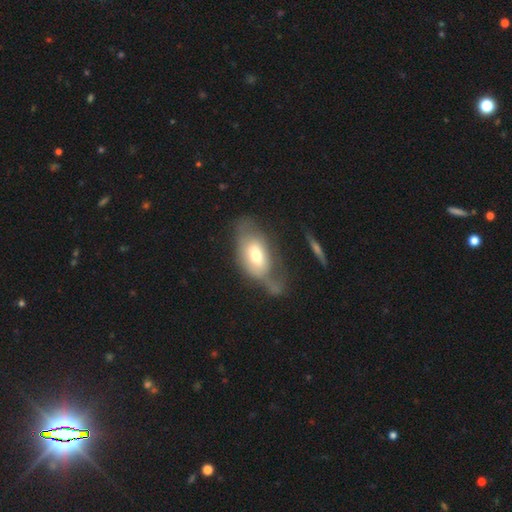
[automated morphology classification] Smooth or featured? Predicted: smooth (p=0.60). How rounded? Predicted: in between (p=0.88). Merging? Predicted: major disturbance (p=0.38).